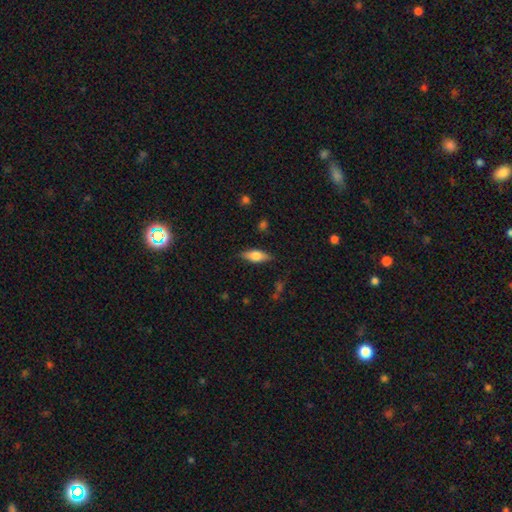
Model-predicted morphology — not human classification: Q: Smooth or featured?
A: smooth (63%); runner-up: featured or disk (30%)
Q: How rounded?
A: in between (66%); runner-up: cigar-shaped (31%)
Q: Merging?
A: none (85%); runner-up: minor disturbance (11%)